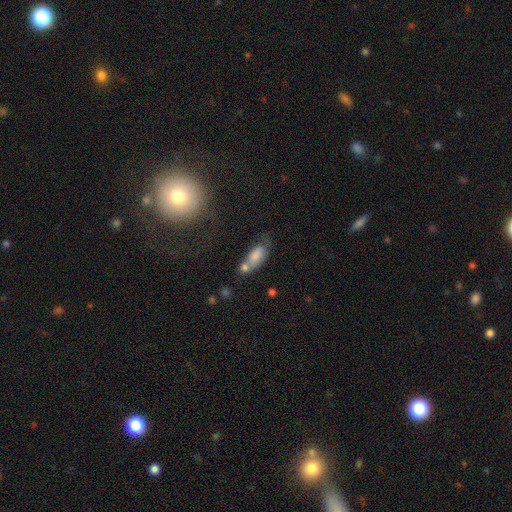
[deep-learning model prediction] Smooth or featured: smooth — 74% (featured or disk — 17%)
How rounded: in between — 82% (cigar-shaped — 14%)
Merging: none — 33% (merger — 32%)